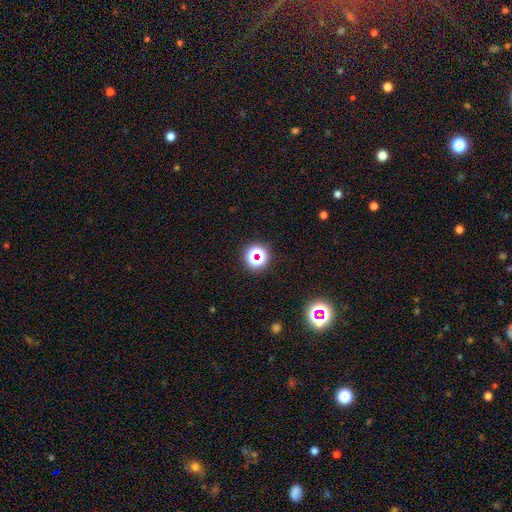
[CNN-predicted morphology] A star or artifact, not a galaxy (61%).